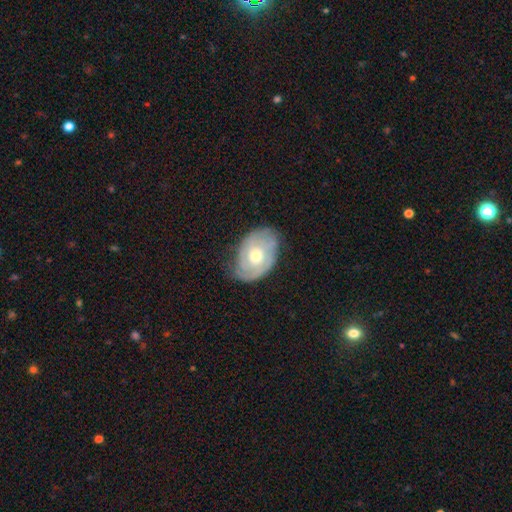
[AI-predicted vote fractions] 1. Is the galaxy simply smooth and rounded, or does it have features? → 72% featured or disk, 23% smooth, 5% star or artifact.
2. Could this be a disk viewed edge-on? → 95% no, 5% yes.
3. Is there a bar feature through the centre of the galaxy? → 77% no, 20% weak, 3% strong.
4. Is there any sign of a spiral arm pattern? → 85% yes, 15% no.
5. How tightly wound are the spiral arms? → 65% tight, 26% medium, 9% loose.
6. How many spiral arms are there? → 38% can't tell, 34% 2, 13% 3, 8% 1, 4% 4, 3% more than 4.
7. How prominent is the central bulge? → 70% moderate, 24% small, 4% large, 1% none, 1% dominant.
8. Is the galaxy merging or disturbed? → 70% none, 23% minor disturbance, 6% major disturbance, 1% merger.